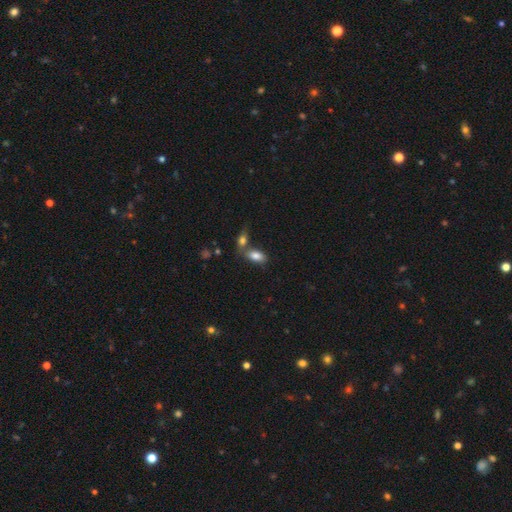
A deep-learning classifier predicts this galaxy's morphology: Q: Smooth or featured?
A: smooth (83%); runner-up: featured or disk (10%)
Q: How rounded?
A: in between (91%); runner-up: cigar-shaped (5%)
Q: Merging?
A: none (48%); runner-up: merger (37%)